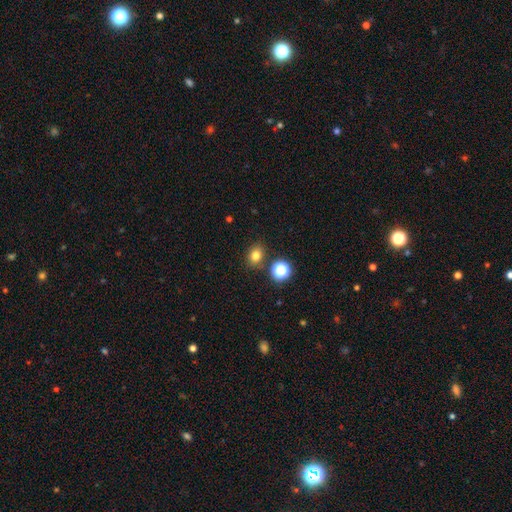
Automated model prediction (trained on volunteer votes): Overall: smooth (78%). How rounded: round (55%; in between 44%). Merging: none (81%).